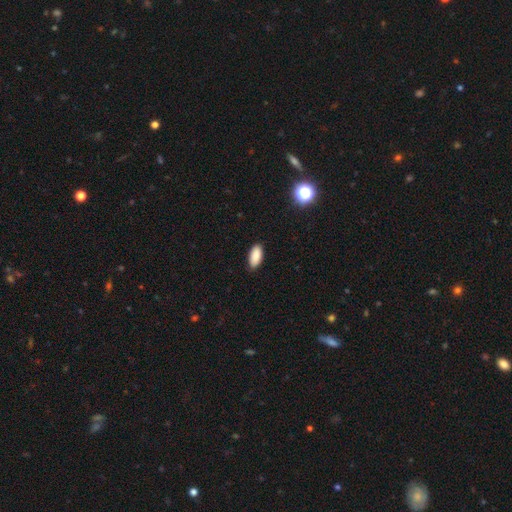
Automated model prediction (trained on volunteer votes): Overall: smooth (89%). How rounded: in between (90%). Merging: none (86%).